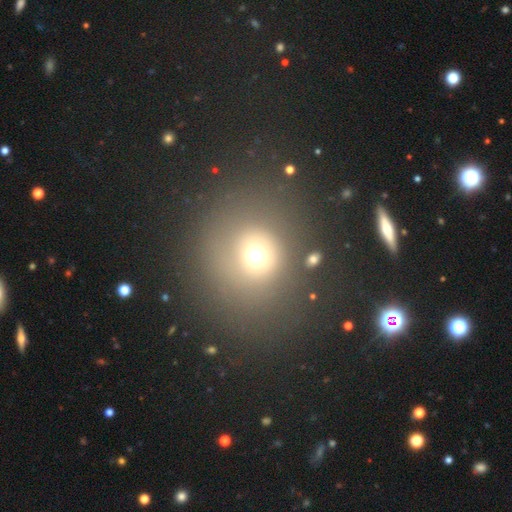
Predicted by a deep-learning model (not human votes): Smooth or featured: smooth — 64% (star or artifact — 22%)
How rounded: round — 83% (in between — 16%)
Merging: none — 69% (minor disturbance — 14%)